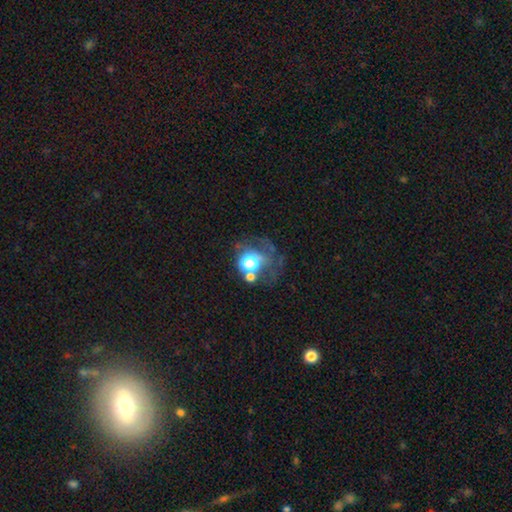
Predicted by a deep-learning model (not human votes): A smooth galaxy with no disk features (36%).

Vote fractions:
- Smooth or featured? smooth: 36% / featured or disk: 33% / star or artifact: 31%
- Merging? none: 42% / major disturbance: 27% / minor disturbance: 16% / merger: 15%